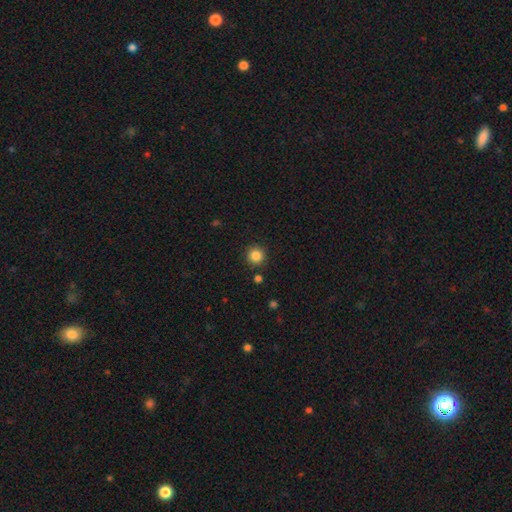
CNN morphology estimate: smooth-or-featured: smooth: 85% | star or artifact: 11% | featured or disk: 4%
  how-rounded: round: 95% | in between: 4% | cigar-shaped: 1%
  merging: none: 90% | minor disturbance: 6% | merger: 3% | major disturbance: 2%